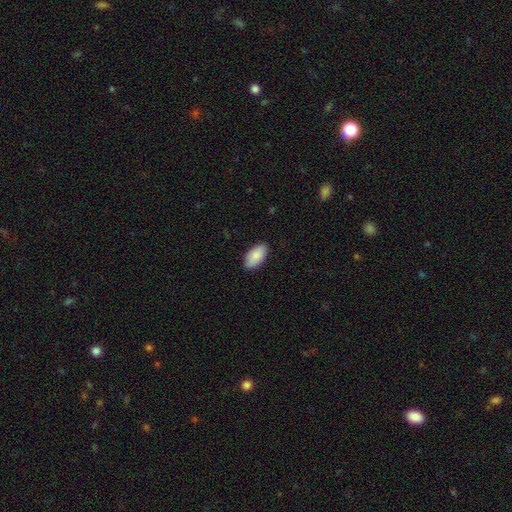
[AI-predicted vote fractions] This is clearly a smooth galaxy (88%). How rounded: clearly in between (95%). Merging: clearly none (87%).